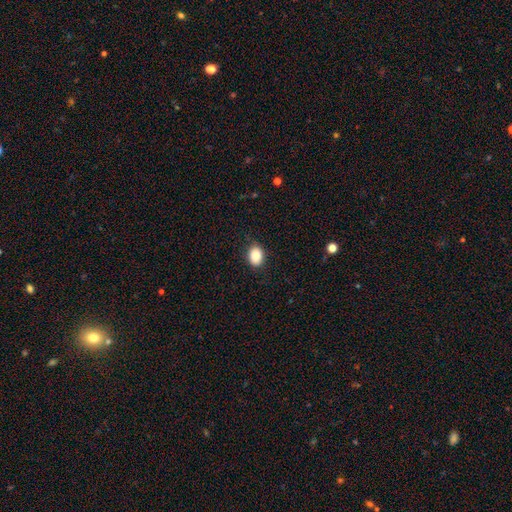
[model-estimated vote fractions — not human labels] A smooth galaxy with no disk features (88%) that is in between round and cigar-shaped (67%).

Vote fractions:
- Smooth or featured? smooth: 88% / star or artifact: 8% / featured or disk: 4%
- How rounded? in between: 67% / round: 32% / cigar-shaped: 1%
- Merging? none: 84% / minor disturbance: 12% / major disturbance: 3% / merger: 1%